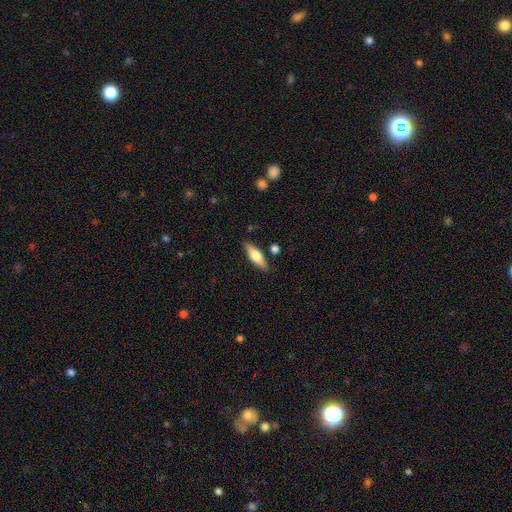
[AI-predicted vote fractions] The model was most divided on "how rounded": cigar-shaped: 50%, in between: 47%, round: 3%. More confident: merging — none (81%); smooth or featured — smooth (55%).